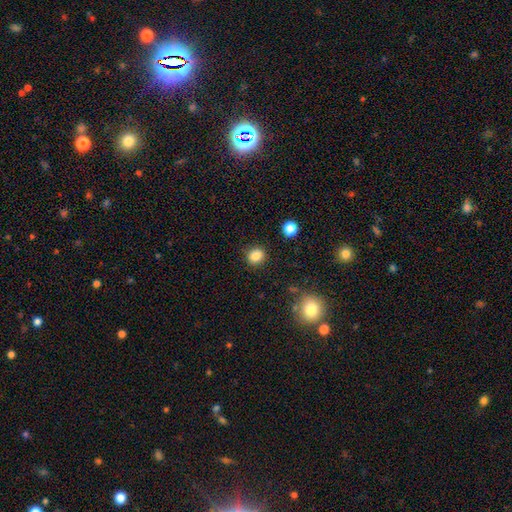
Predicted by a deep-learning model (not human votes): smooth_or_featured: smooth (p=0.84) [alt: star or artifact p=0.11]
how_rounded: round (p=0.78) [alt: in between p=0.21]
merging: none (p=0.88) [alt: minor disturbance p=0.08]